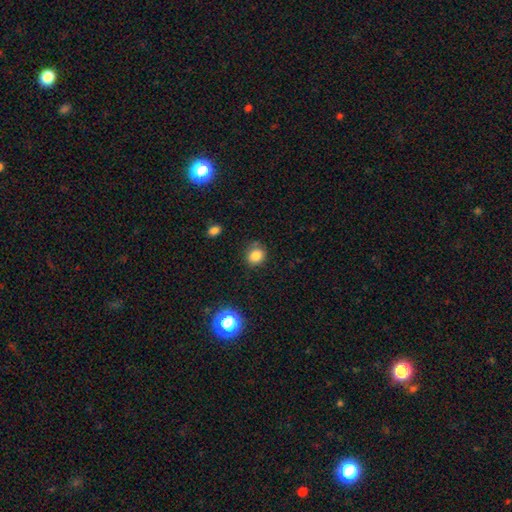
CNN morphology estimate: Smooth or featured? Predicted: smooth (p=0.83). How rounded? Predicted: round (p=0.72). Merging? Predicted: none (p=0.80).